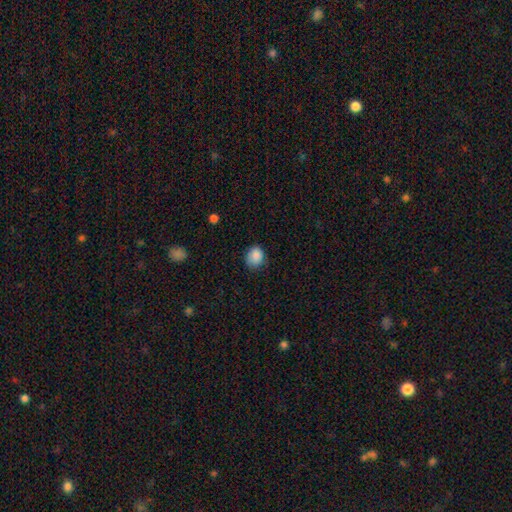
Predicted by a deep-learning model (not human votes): Smooth or featured? Predicted: smooth (p=0.87). How rounded? Predicted: round (p=0.61). Merging? Predicted: none (p=0.71).